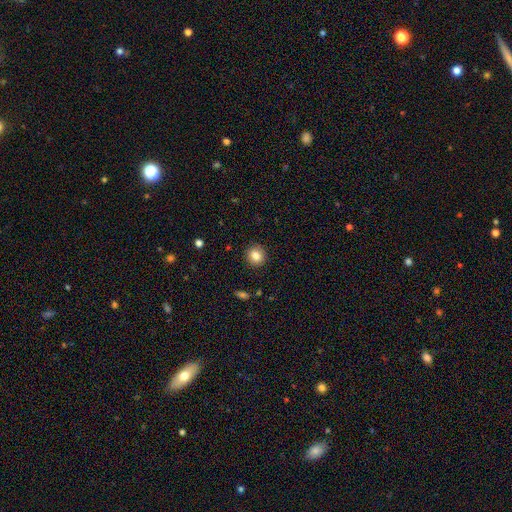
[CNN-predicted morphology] Smooth or featured: smooth — 83% (star or artifact — 10%)
How rounded: round — 88% (in between — 11%)
Merging: none — 91% (minor disturbance — 6%)